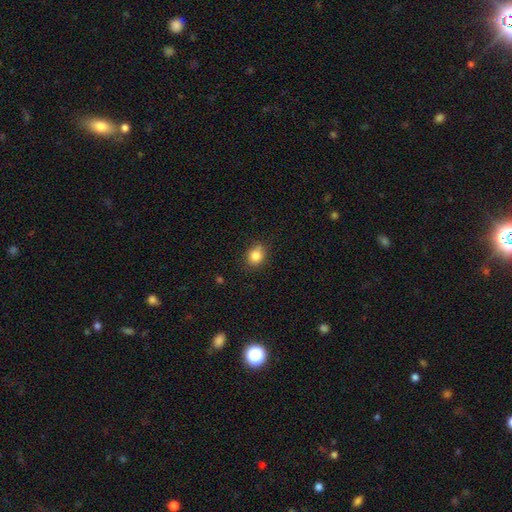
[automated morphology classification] Smooth or featured: smooth — 84% (star or artifact — 10%)
How rounded: round — 55% (in between — 44%)
Merging: none — 76% (minor disturbance — 19%)